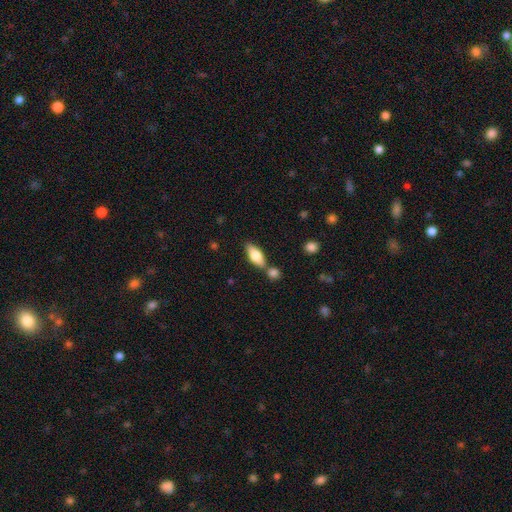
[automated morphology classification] smooth_or_featured: smooth (p=0.69) [alt: featured or disk p=0.24]
how_rounded: in between (p=0.74) [alt: cigar-shaped p=0.23]
merging: none (p=0.64) [alt: merger p=0.20]